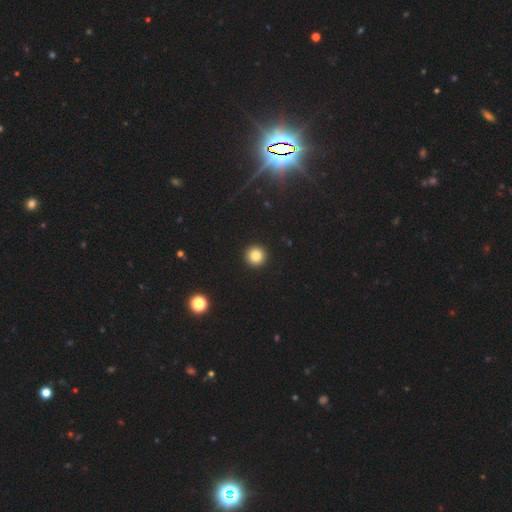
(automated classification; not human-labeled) smooth-or-featured: smooth: 84% | star or artifact: 11% | featured or disk: 5%
  how-rounded: round: 96% | in between: 3% | cigar-shaped: 1%
  merging: none: 94% | minor disturbance: 4% | major disturbance: 1% | merger: 1%